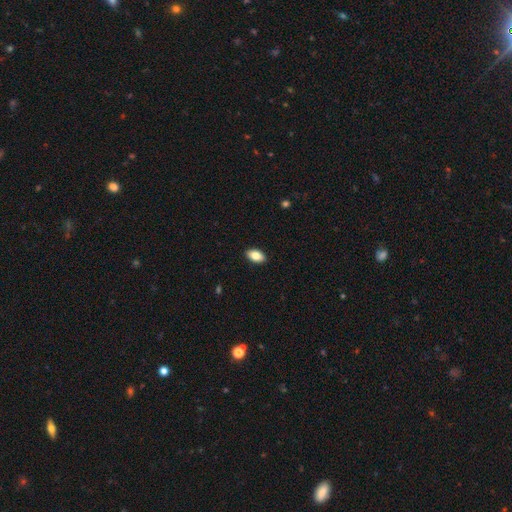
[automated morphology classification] A smooth galaxy with no disk features (85%) that is in between round and cigar-shaped (93%). Merging: none (90%).